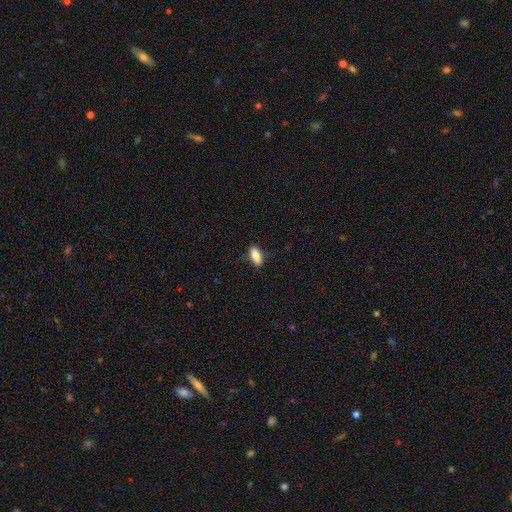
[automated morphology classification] Q: Smooth or featured?
A: smooth (83%); runner-up: featured or disk (10%)
Q: How rounded?
A: in between (80%); runner-up: cigar-shaped (18%)
Q: Merging?
A: none (83%); runner-up: minor disturbance (13%)